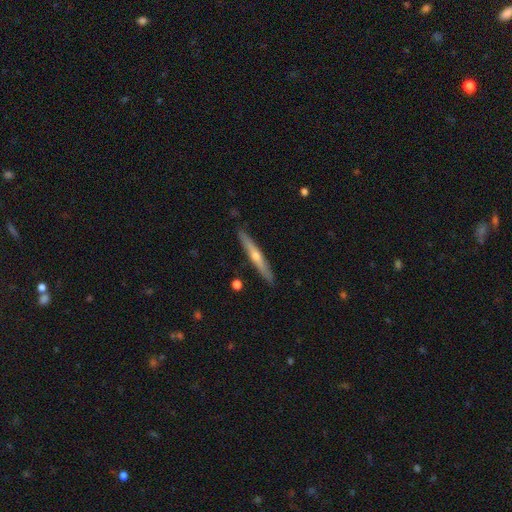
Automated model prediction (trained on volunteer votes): This is likely a featured or disk galaxy (63%). It is clearly viewed edge-on (96%). Edge-on bulge: clearly rounded (81%). Merging: clearly none (90%).